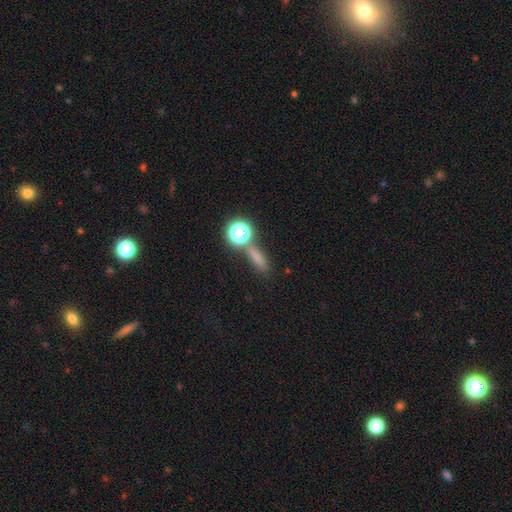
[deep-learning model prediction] Smooth or featured? smooth (62%)
How rounded? cigar-shaped (49%)
Merging? none (69%)